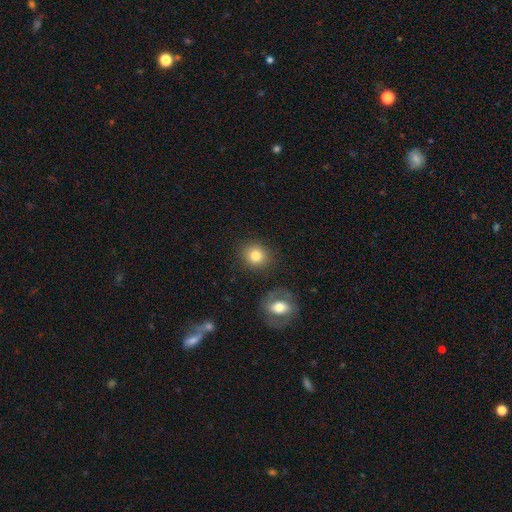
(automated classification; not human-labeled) smooth 81%, star or artifact 10%, featured or disk 9%. Down the decision tree: how rounded — round (77%); merging — none (83%).